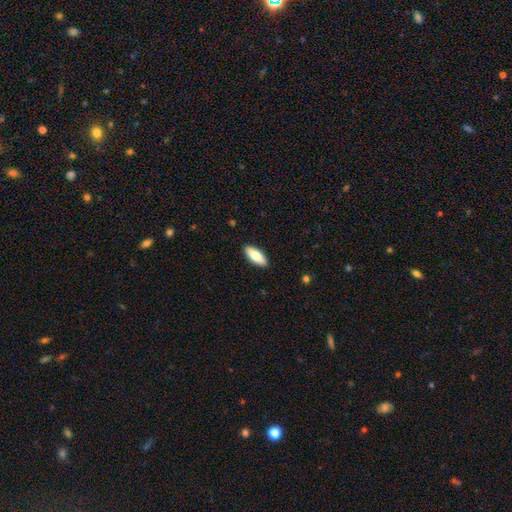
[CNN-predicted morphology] Q: Smooth or featured?
A: smooth (74%); runner-up: featured or disk (20%)
Q: How rounded?
A: in between (70%); runner-up: cigar-shaped (28%)
Q: Merging?
A: none (90%); runner-up: minor disturbance (8%)